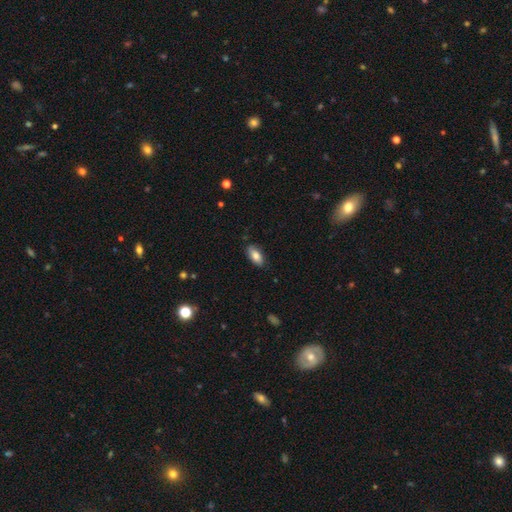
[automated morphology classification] Q: Smooth or featured?
A: smooth (81%); runner-up: featured or disk (12%)
Q: How rounded?
A: in between (90%); runner-up: cigar-shaped (8%)
Q: Merging?
A: none (82%); runner-up: minor disturbance (14%)